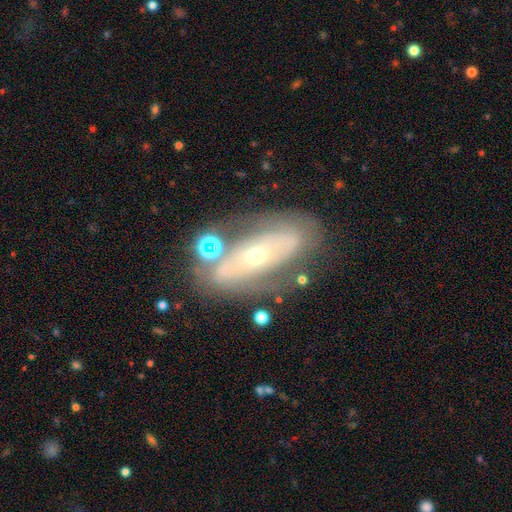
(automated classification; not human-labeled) Smooth or featured?
  - featured or disk: 71% *
  - smooth: 21%
  - star or artifact: 8%
Edge-on disk?
  - no: 86% *
  - yes: 14%
Bar?
  - no: 71% *
  - weak: 15%
  - strong: 14%
Spiral arms?
  - yes: 50% * (tied)
  - no: 50% * (tied)
Bulge size?
  - small: 57% *
  - moderate: 39%
  - large: 2%
  - dominant: 1%
  - none: 1%
Merging?
  - none: 65% *
  - minor disturbance: 17%
  - major disturbance: 10%
  - merger: 8%